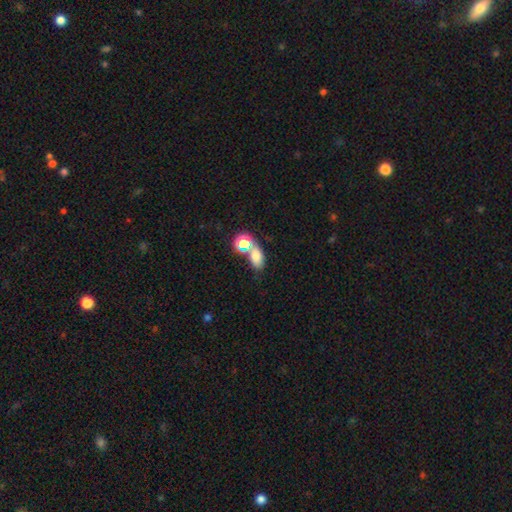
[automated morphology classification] Smooth or featured? smooth (72%)
How rounded? in between (80%)
Merging? none (51%)